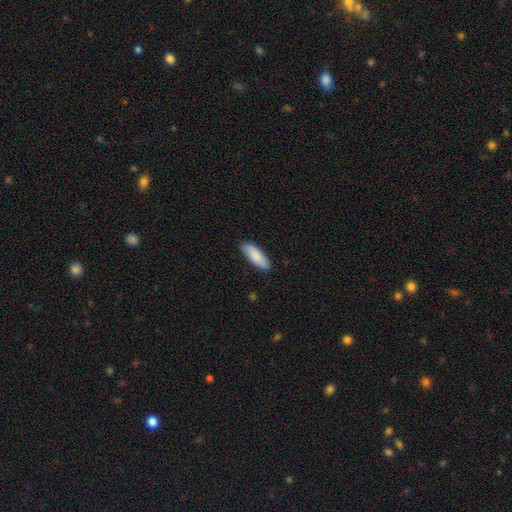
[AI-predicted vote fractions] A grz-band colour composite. It shows a smooth galaxy with no disk features (87%) that is in between round and cigar-shaped (58%). Merging: none (88%).